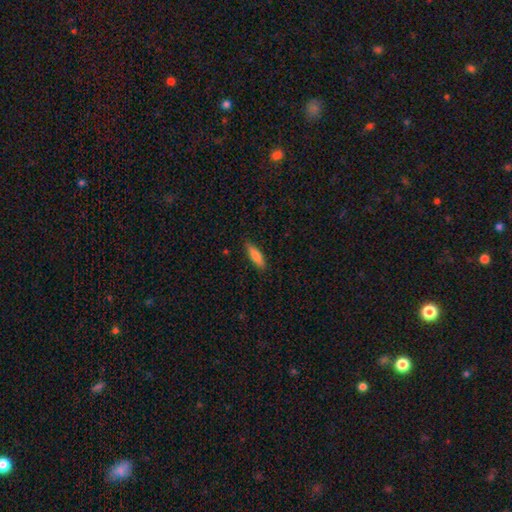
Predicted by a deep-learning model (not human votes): Morphology: type=smooth (80%); roundness=cigar-shaped (61%); merging=none (86%).